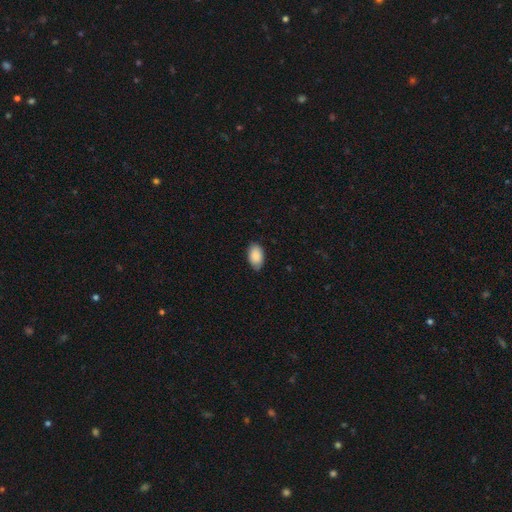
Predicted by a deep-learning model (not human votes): Morphology: type=smooth (89%); roundness=in between (93%); merging=none (80%).